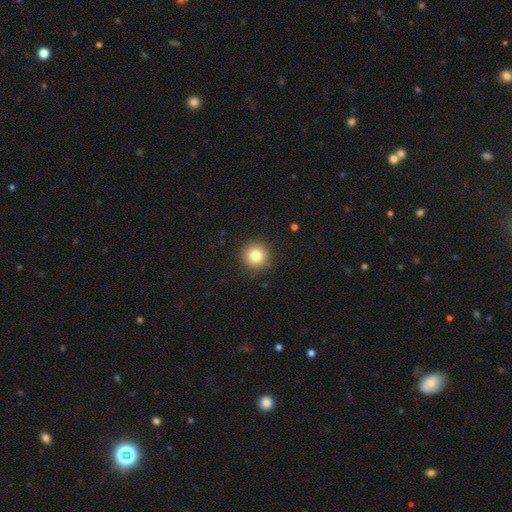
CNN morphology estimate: A smooth galaxy with no disk features (81%) that is round (95%).

Vote fractions:
- Smooth or featured? smooth: 81% / star or artifact: 11% / featured or disk: 7%
- How rounded? round: 95% / in between: 4% / cigar-shaped: 1%
- Merging? none: 91% / minor disturbance: 6% / major disturbance: 2% / merger: 1%